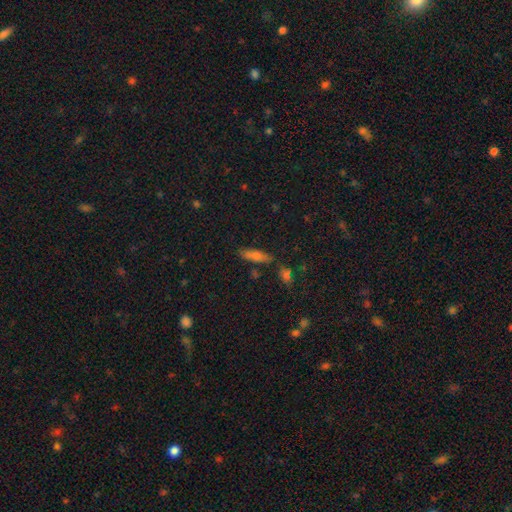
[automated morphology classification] A smooth galaxy with no disk features (51%) that is cigar-shaped (63%). Merging: none (75%).